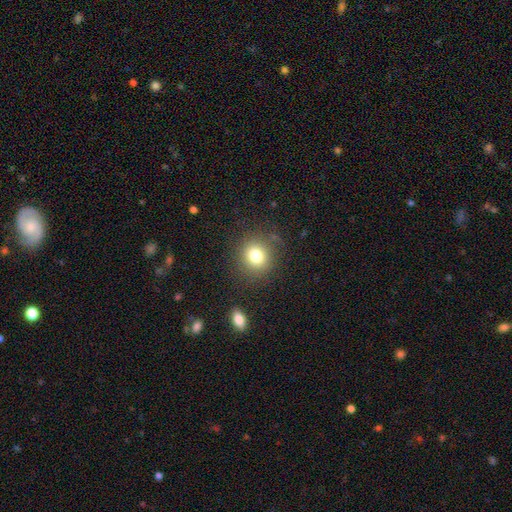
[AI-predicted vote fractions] This is likely a smooth galaxy (79%). How rounded: clearly round (82%). Merging: clearly none (83%).